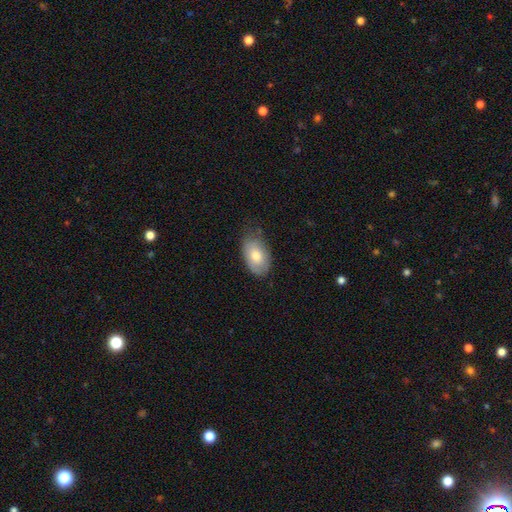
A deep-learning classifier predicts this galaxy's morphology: Smooth or featured? smooth (75%)
How rounded? in between (91%)
Merging? none (65%)